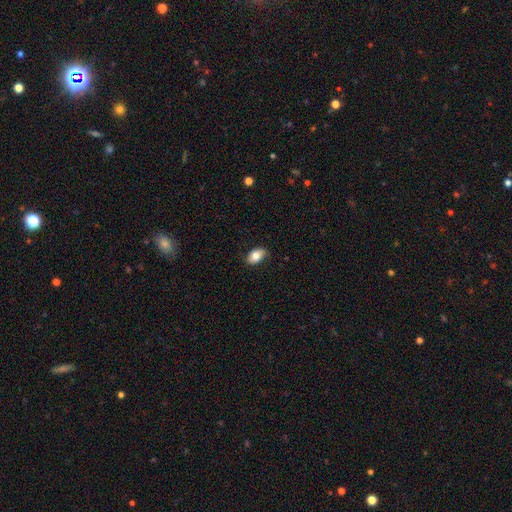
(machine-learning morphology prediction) Overall: smooth (81%). How rounded: in between (89%). Merging: none (83%).